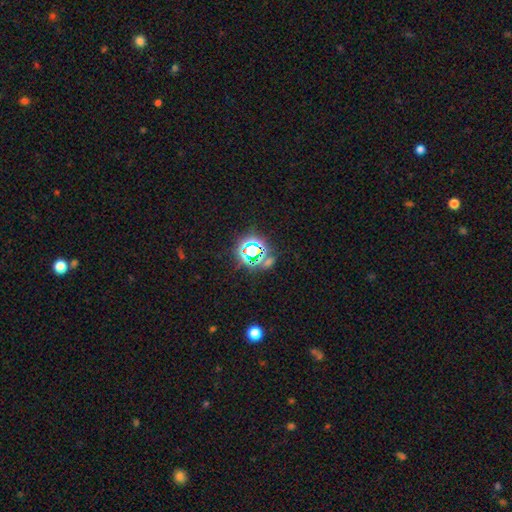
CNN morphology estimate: A star or artifact, not a galaxy (75%).